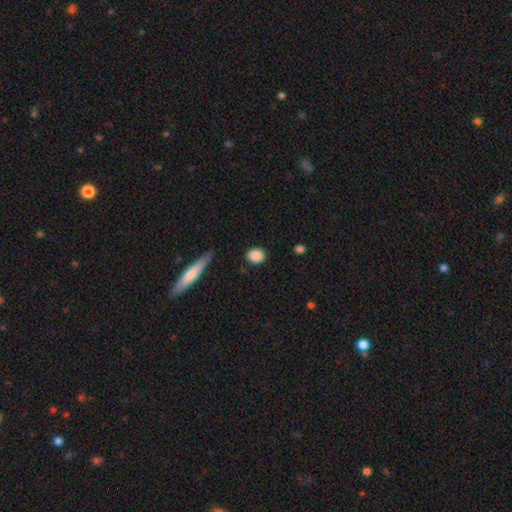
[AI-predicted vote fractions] smooth-or-featured: smooth: 87% | star or artifact: 8% | featured or disk: 5%
  how-rounded: round: 64% | in between: 34% | cigar-shaped: 2%
  merging: none: 84% | minor disturbance: 11% | major disturbance: 3% | merger: 2%